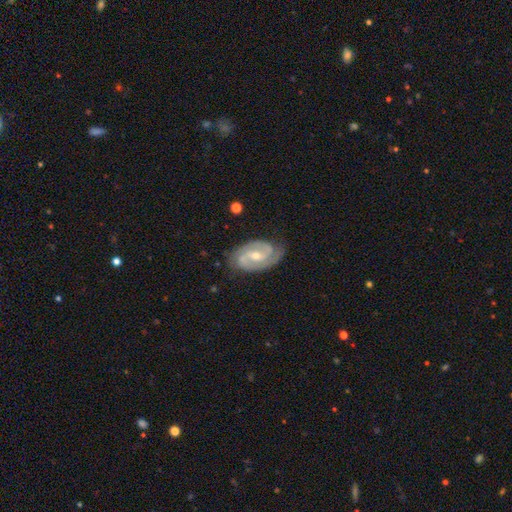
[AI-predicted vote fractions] Q: Smooth or featured?
A: featured or disk (88%); runner-up: smooth (7%)
Q: Edge-on disk?
A: no (97%); runner-up: yes (3%)
Q: Bar?
A: weak (49%); runner-up: no (31%)
Q: Spiral arms?
A: yes (97%); runner-up: no (3%)
Q: Spiral winding?
A: tight (45%); tied with: medium (45%)
Q: Spiral arm count?
A: 2 (85%); runner-up: 3 (6%)
Q: Bulge size?
A: moderate (52%); runner-up: small (44%)
Q: Merging?
A: none (79%); runner-up: minor disturbance (16%)